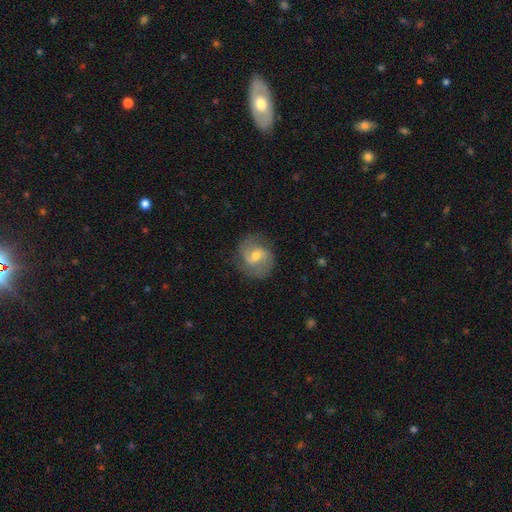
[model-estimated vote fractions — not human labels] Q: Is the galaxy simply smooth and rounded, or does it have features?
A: featured or disk — 73%.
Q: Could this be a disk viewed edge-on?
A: no — 97%.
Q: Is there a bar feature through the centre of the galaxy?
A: weak — 51%.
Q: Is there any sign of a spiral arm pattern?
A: yes — 92%.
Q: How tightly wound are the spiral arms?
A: medium — 50%.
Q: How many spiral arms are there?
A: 2 — 86%.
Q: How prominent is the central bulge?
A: moderate — 59%.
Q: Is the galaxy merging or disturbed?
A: none — 77%.